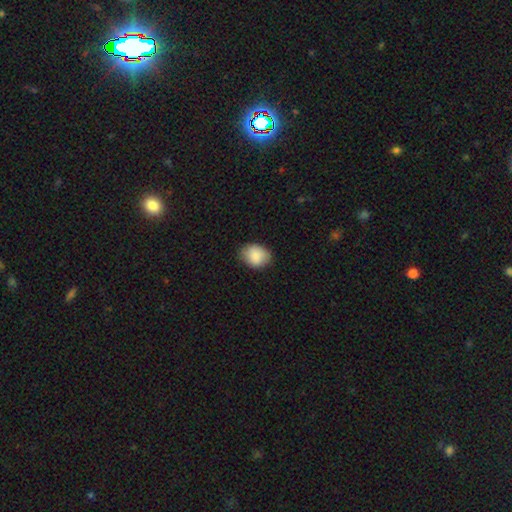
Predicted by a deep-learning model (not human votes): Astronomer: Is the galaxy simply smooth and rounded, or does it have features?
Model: smooth — 87%.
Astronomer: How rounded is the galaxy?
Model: in between — 63%.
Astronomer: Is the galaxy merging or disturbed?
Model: none — 80%.